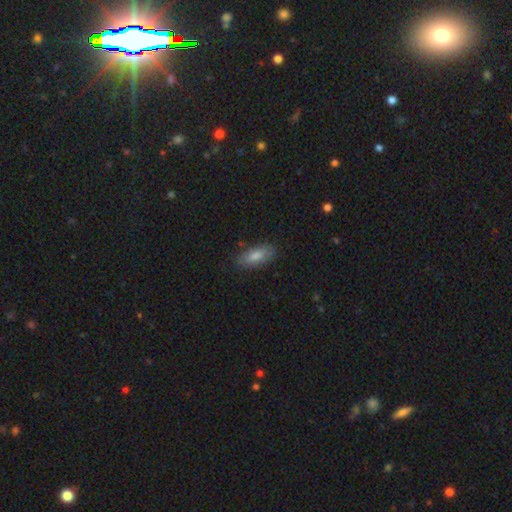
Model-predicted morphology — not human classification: type=smooth (78%); roundness=in between (79%); merging=none (84%).